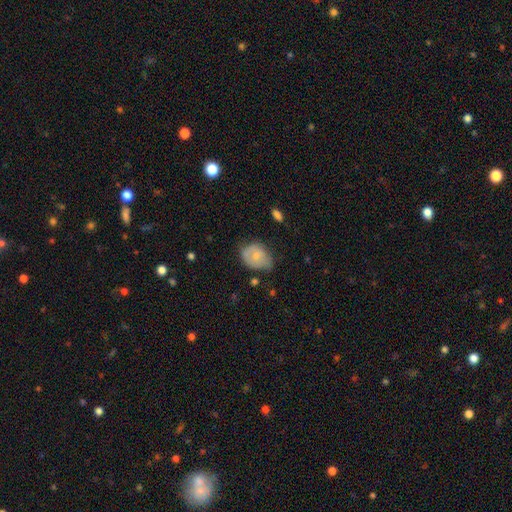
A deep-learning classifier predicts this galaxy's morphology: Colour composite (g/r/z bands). It shows a smooth galaxy with no disk features (67%) that is in between round and cigar-shaped (60%). Merging: minor disturbance (43%).